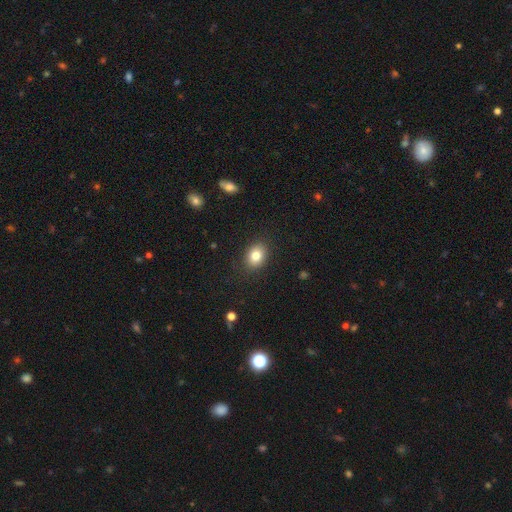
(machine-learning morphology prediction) This appears to be a smooth galaxy with no disk features (82%) that is in between round and cigar-shaped (61%). Merging: none (87%).